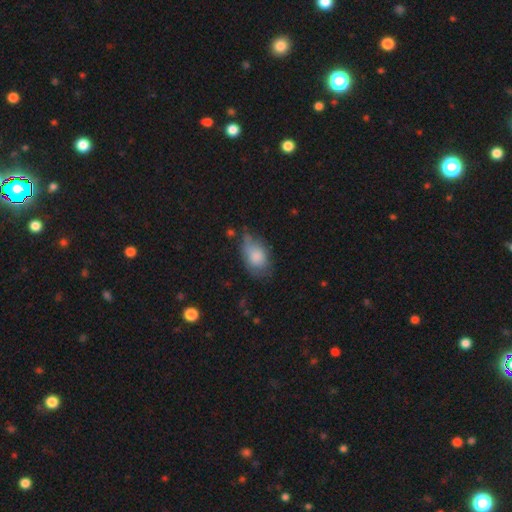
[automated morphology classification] A smooth galaxy with no disk features (78%) that is in between round and cigar-shaped (88%). Merging: none (44%).